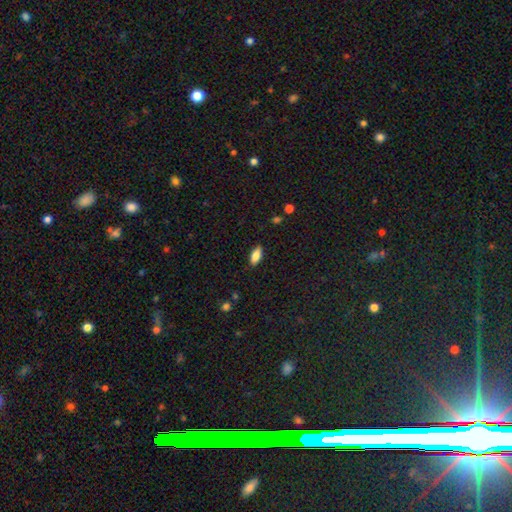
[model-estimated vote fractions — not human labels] The model was most divided on "how rounded": in between: 86%, cigar-shaped: 12%, round: 2%. More confident: merging — none (87%); smooth or featured — smooth (84%).